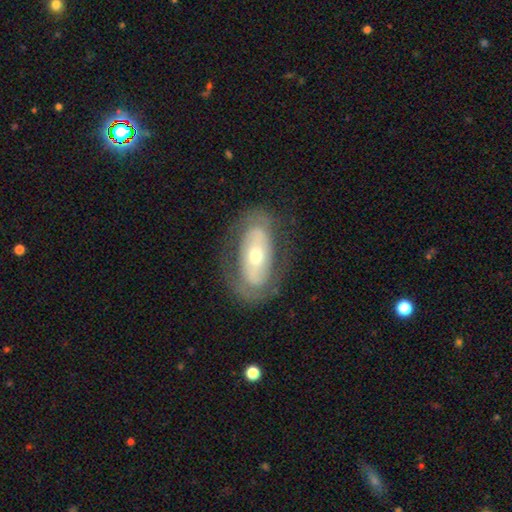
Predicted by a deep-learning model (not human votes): A featured or disk galaxy (63%) with no bar (67%), no spiral arms (60%) and a moderate central bulge (50%).

Vote fractions:
- Smooth or featured? featured or disk: 63% / smooth: 30% / star or artifact: 6%
- Edge-on disk? no: 89% / yes: 11%
- Bar? no: 67% / weak: 17% / strong: 16%
- Spiral arms? no: 60% / yes: 40%
- Bulge size? moderate: 50% / small: 44% / large: 4% / dominant: 1% / none: 1%
- Merging? none: 75% / minor disturbance: 15% / major disturbance: 9% / merger: 1%